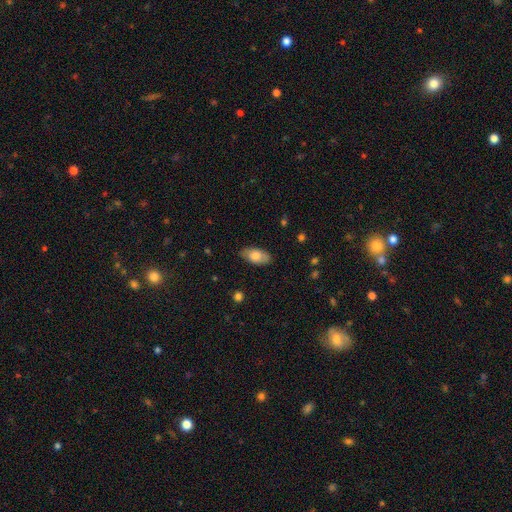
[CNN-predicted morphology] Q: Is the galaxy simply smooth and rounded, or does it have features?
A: smooth — 75%.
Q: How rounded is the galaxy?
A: in between — 92%.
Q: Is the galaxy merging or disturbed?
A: none — 81%.